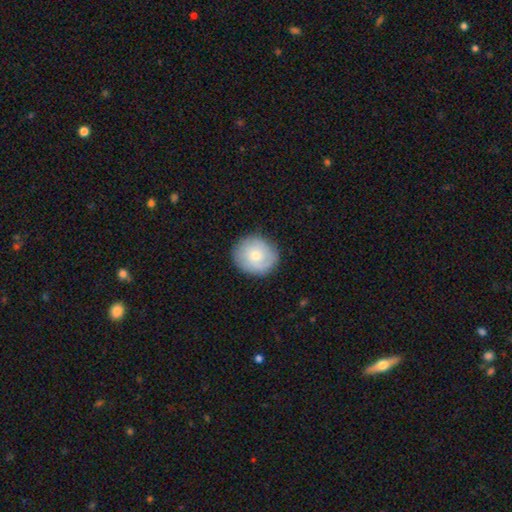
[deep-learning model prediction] smooth-or-featured: smooth: 59% | featured or disk: 34% | star or artifact: 7%
  how-rounded: round: 84% | in between: 15% | cigar-shaped: 1%
  merging: none: 83% | minor disturbance: 12% | major disturbance: 3% | merger: 1%